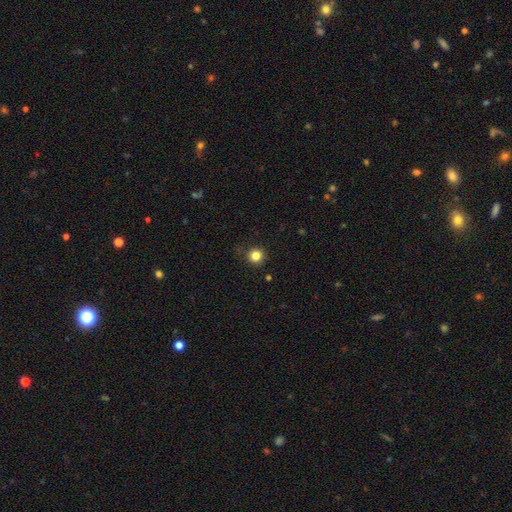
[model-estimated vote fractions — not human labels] Smooth or featured: smooth — 83% (star or artifact — 12%)
How rounded: round — 94% (in between — 5%)
Merging: none — 87% (minor disturbance — 9%)